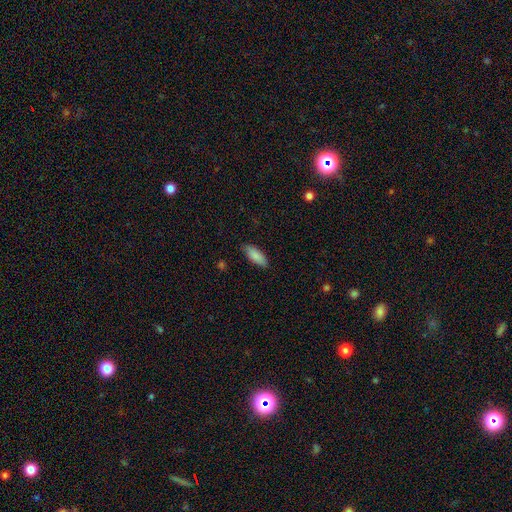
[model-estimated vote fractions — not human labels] smooth_or_featured: smooth (p=0.87) [alt: featured or disk p=0.07]
how_rounded: in between (p=0.81) [alt: cigar-shaped p=0.18]
merging: none (p=0.83) [alt: minor disturbance p=0.14]